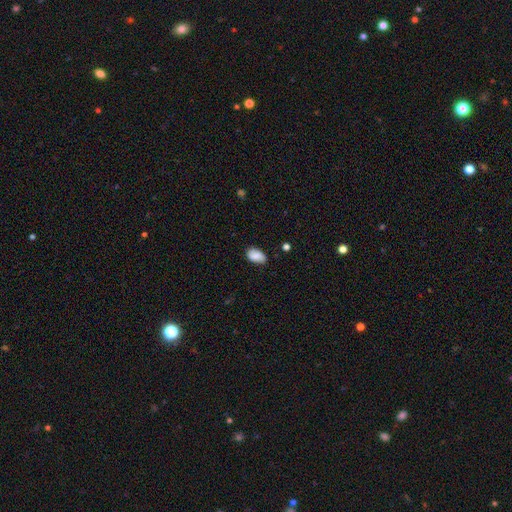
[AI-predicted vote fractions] Morphology: type=smooth (81%); roundness=in between (92%); merging=none (73%).